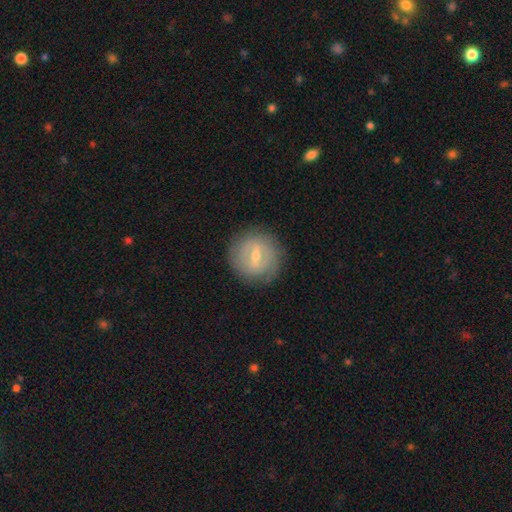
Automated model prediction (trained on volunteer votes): A featured or disk galaxy (62%) with a weak bar (53%), spiral arms (52%) and a moderate central bulge (50%).

Vote fractions:
- Smooth or featured? featured or disk: 62% / smooth: 30% / star or artifact: 7%
- Edge-on disk? no: 93% / yes: 7%
- Bar? weak: 53% / strong: 34% / no: 14%
- Spiral arms? yes: 52% / no: 48%
- Bulge size? moderate: 50% / small: 46% / large: 2% / none: 1% / dominant: 1%
- Merging? none: 84% / minor disturbance: 11% / major disturbance: 4% / merger: 1%